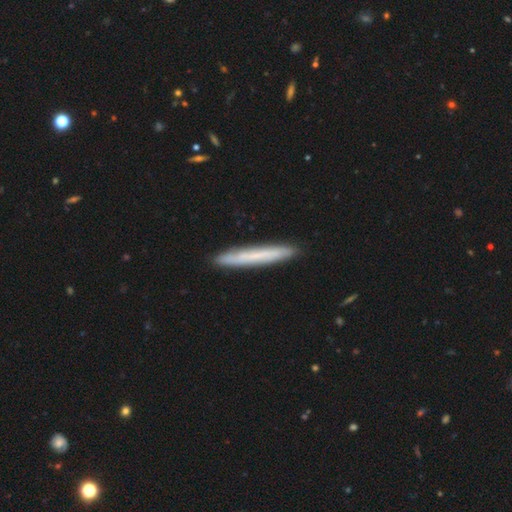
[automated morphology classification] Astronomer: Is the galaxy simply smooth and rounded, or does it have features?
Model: smooth — 60%.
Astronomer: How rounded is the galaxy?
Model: cigar-shaped — 96%.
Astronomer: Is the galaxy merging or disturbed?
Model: none — 90%.